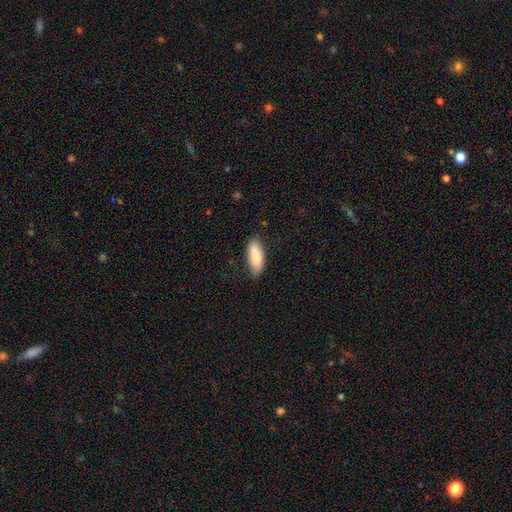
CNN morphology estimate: The model was most divided on "how rounded": in between: 70%, cigar-shaped: 28%, round: 2%. More confident: smooth or featured — smooth (87%); merging — none (74%).